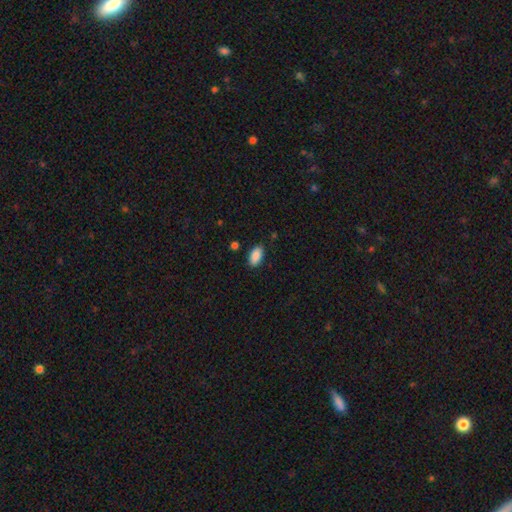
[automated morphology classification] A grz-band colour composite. It shows a smooth galaxy with no disk features (89%) that is in between round and cigar-shaped (93%). Merging: none (86%).